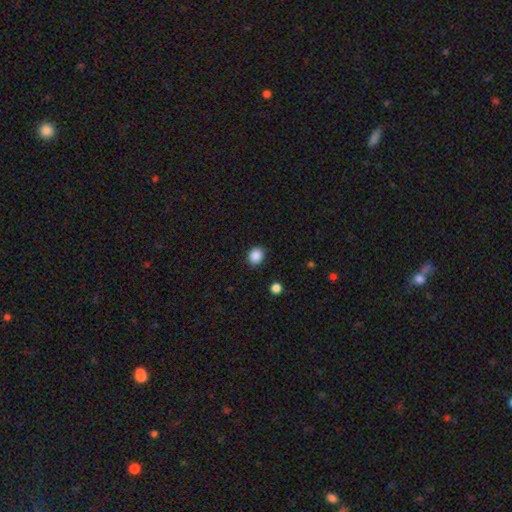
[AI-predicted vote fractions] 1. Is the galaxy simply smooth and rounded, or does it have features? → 88% smooth, 9% star or artifact, 3% featured or disk.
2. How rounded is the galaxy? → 61% round, 38% in between, 1% cigar-shaped.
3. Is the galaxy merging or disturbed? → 88% none, 8% minor disturbance, 2% major disturbance, 1% merger.